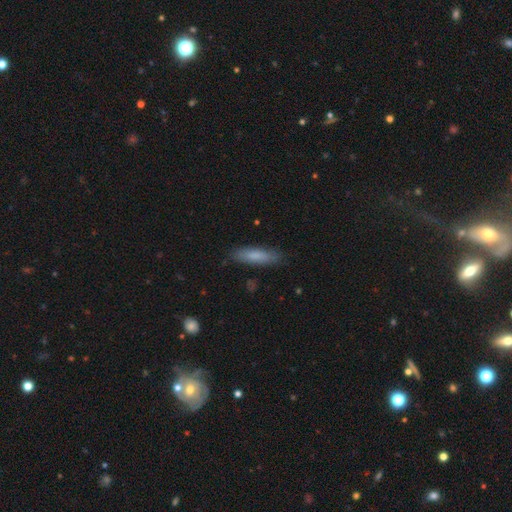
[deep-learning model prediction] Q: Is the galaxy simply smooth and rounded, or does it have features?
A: smooth — 78%.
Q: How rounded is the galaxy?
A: cigar-shaped — 73%.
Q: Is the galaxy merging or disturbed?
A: none — 85%.